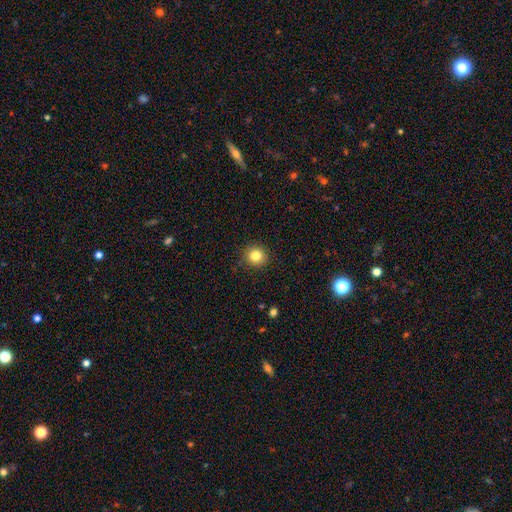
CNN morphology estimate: smooth 83%, star or artifact 11%, featured or disk 6%. Down the decision tree: how rounded — round (92%); merging — none (91%).